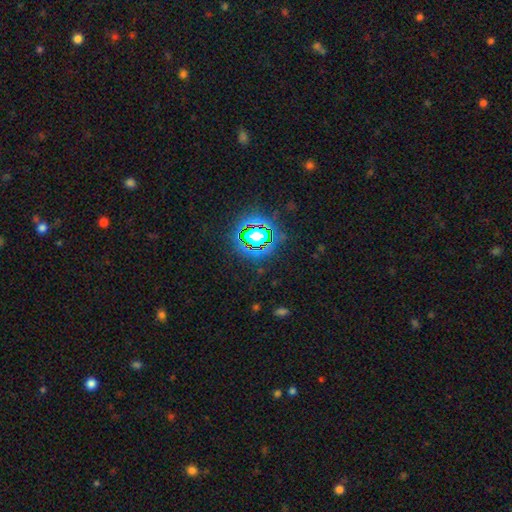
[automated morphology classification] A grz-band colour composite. It shows a star or artifact, not a galaxy (80%).